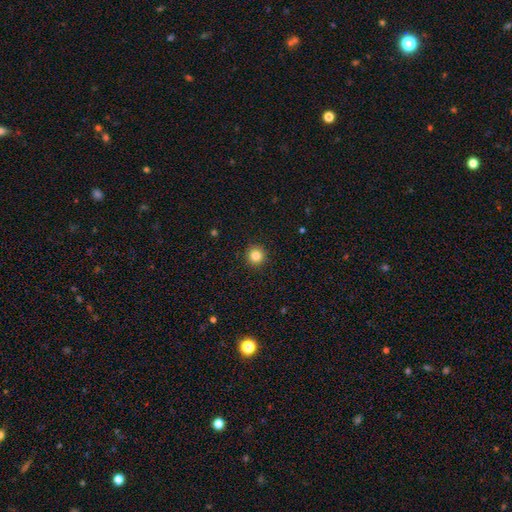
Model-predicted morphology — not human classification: A smooth galaxy with no disk features (84%) that is round (95%). Merging: none (92%).